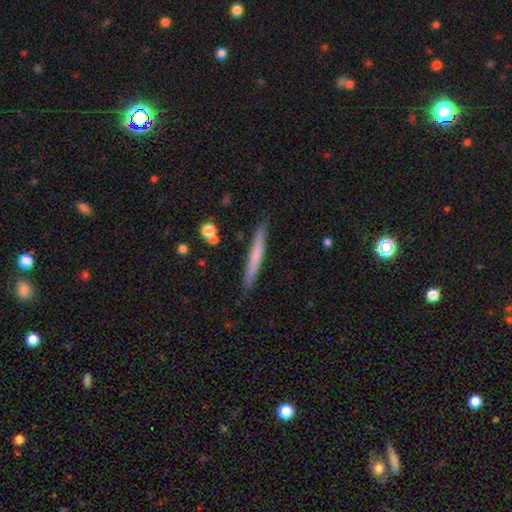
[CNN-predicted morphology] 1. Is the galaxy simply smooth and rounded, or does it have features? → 59% smooth, 35% featured or disk, 6% star or artifact.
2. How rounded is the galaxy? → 96% cigar-shaped, 3% in between, 1% round.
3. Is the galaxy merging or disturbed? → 89% none, 8% minor disturbance, 2% merger, 2% major disturbance.